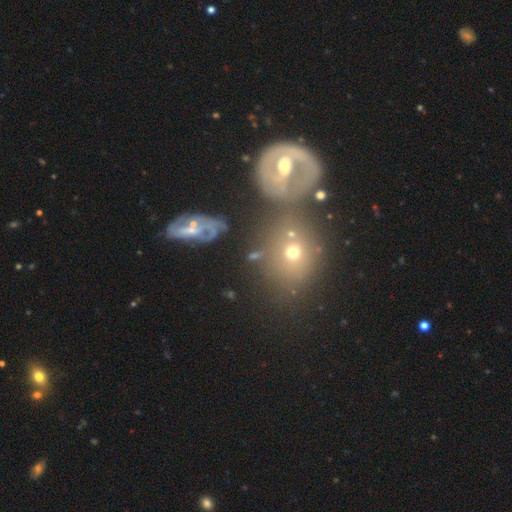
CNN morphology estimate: type=smooth (46%); merging=none (45%).